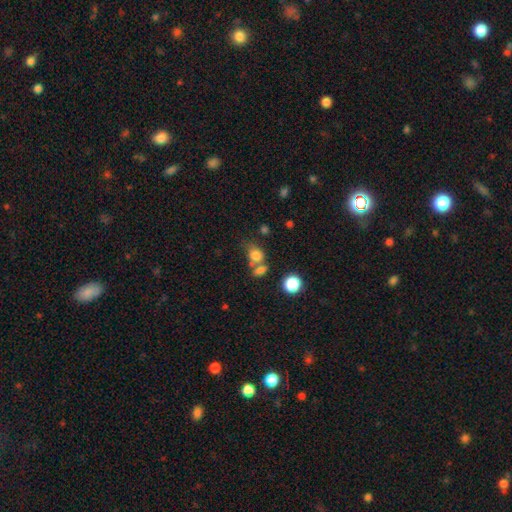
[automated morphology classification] smooth-or-featured: smooth: 78% | star or artifact: 13% | featured or disk: 9%
  how-rounded: round: 54% | in between: 44% | cigar-shaped: 1%
  merging: none: 42% | merger: 38% | minor disturbance: 13% | major disturbance: 7%